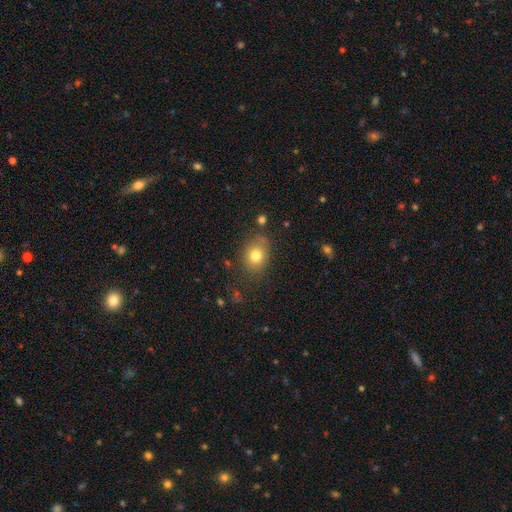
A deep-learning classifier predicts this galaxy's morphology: Smooth or featured?
  - smooth: 78% *
  - star or artifact: 12%
  - featured or disk: 10%
How rounded?
  - round: 59% *
  - in between: 40%
  - cigar-shaped: 1%
Merging?
  - none: 75% *
  - minor disturbance: 16%
  - major disturbance: 5%
  - merger: 4%